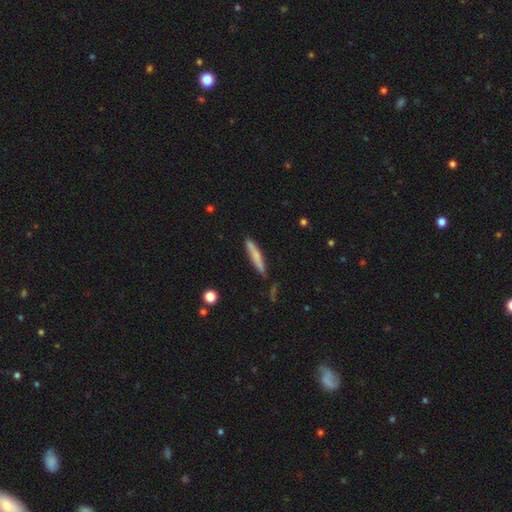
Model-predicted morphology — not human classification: A smooth galaxy with no disk features (69%) that is cigar-shaped (92%). Merging: none (79%).